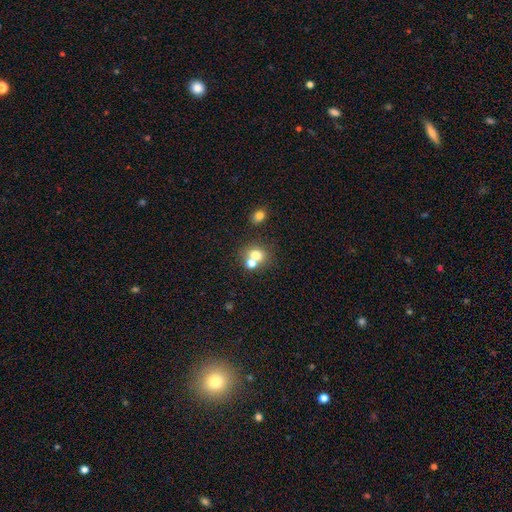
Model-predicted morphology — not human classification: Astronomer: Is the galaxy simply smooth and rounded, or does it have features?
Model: smooth — 71%.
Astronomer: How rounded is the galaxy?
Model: round — 71%.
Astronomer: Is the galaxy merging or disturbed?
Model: merger — 45% (runner-up: none, 44%).